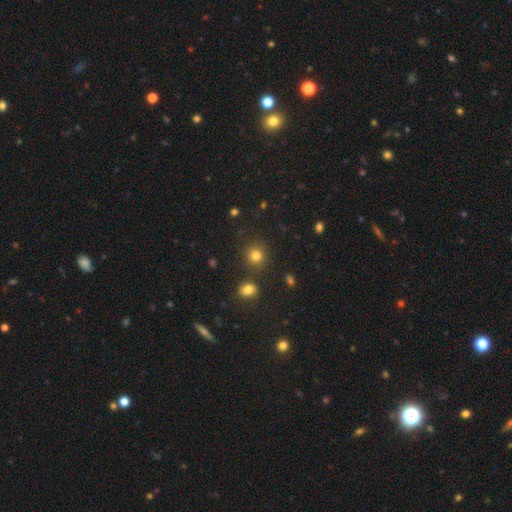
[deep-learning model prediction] A smooth galaxy with no disk features (80%) that is round (88%).

Vote fractions:
- Smooth or featured? smooth: 80% / star or artifact: 14% / featured or disk: 6%
- How rounded? round: 88% / in between: 11% / cigar-shaped: 1%
- Merging? none: 84% / minor disturbance: 8% / merger: 6% / major disturbance: 3%